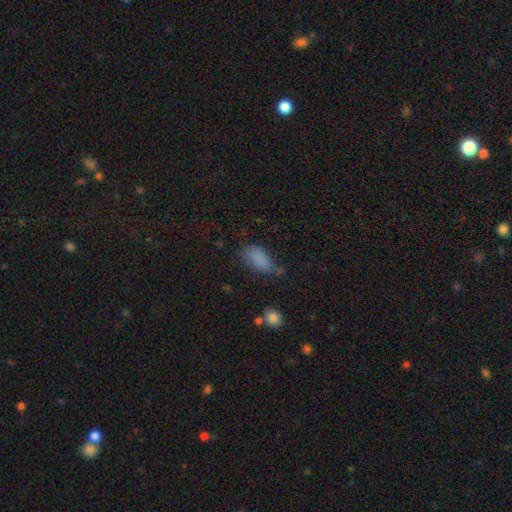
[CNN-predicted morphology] smooth 81%, star or artifact 13%, featured or disk 6%. Down the decision tree: how rounded — in between (89%); merging — none (62%).